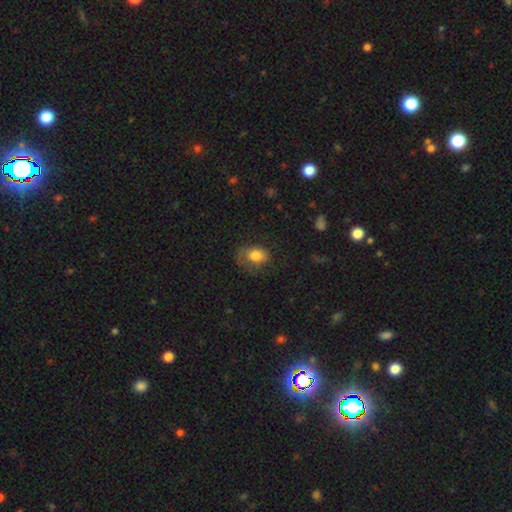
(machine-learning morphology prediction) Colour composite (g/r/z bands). It shows a smooth galaxy with no disk features (70%) that is in between round and cigar-shaped (61%). Merging: none (48%).